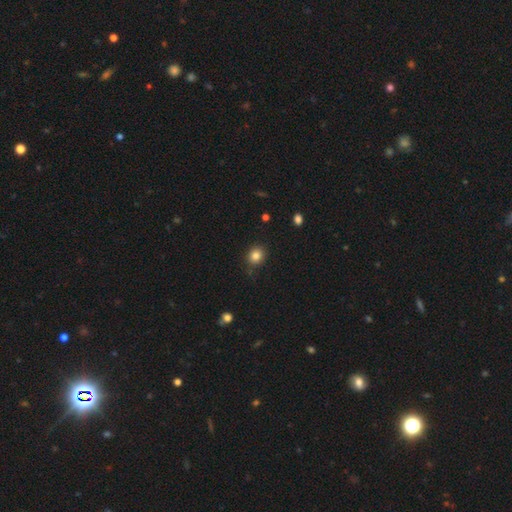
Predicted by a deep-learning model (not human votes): A smooth galaxy with no disk features (83%) that is round (74%).

Vote fractions:
- Smooth or featured? smooth: 83% / star or artifact: 11% / featured or disk: 6%
- How rounded? round: 74% / in between: 25% / cigar-shaped: 1%
- Merging? none: 83% / minor disturbance: 12% / major disturbance: 3% / merger: 2%